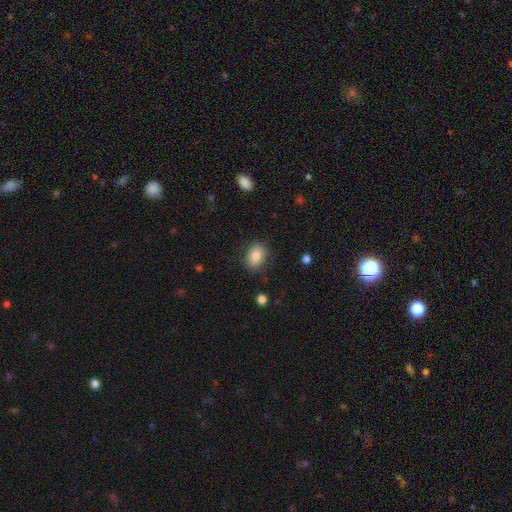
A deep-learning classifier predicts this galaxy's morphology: A smooth galaxy with no disk features (82%) that is in between round and cigar-shaped (63%). Merging: none (84%).